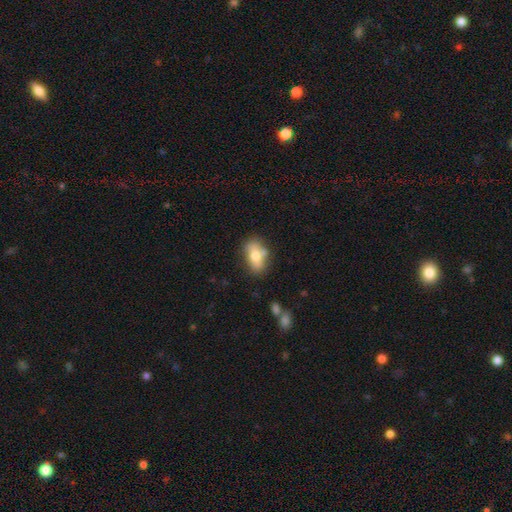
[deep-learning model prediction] Smooth or featured? Predicted: smooth (p=0.73). How rounded? Predicted: in between (p=0.85). Merging? Predicted: none (p=0.65).